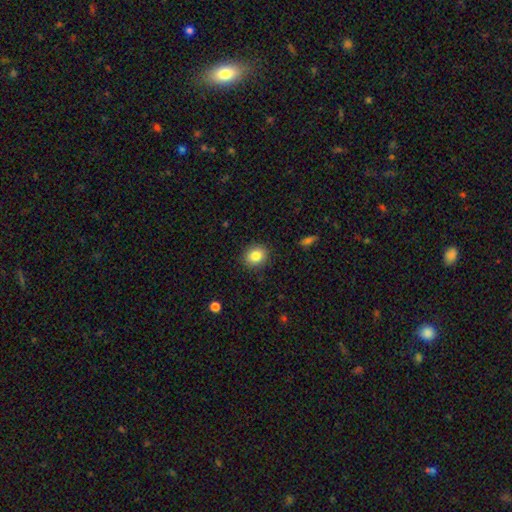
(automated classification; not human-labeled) Smooth or featured? smooth (84%)
How rounded? round (64%)
Merging? none (90%)